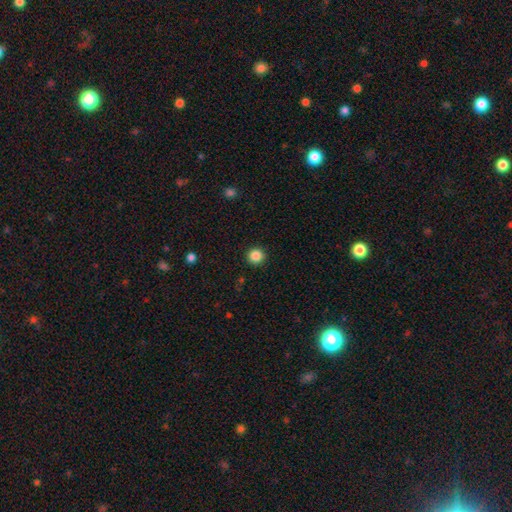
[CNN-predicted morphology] This appears to be a smooth galaxy with no disk features (86%) that is round (94%). Merging: none (92%).